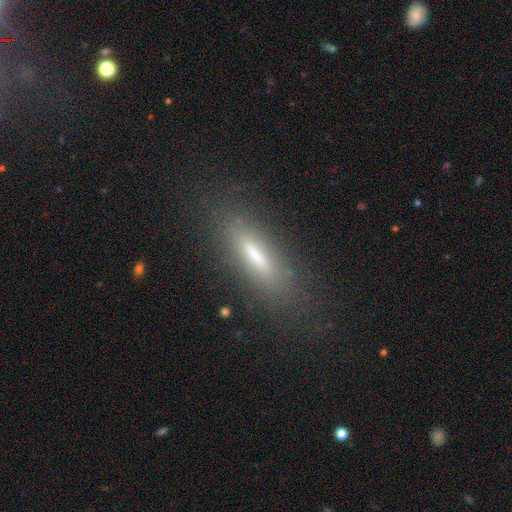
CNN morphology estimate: The model was most divided on "smooth or featured": smooth: 55%, featured or disk: 34%, star or artifact: 11%. More confident: merging — none (82%); how rounded — cigar-shaped (72%).